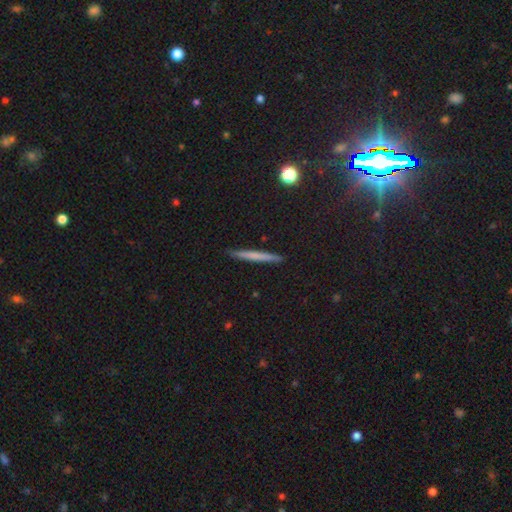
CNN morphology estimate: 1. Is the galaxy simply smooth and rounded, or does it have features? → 61% smooth, 31% featured or disk, 8% star or artifact.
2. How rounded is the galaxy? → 96% cigar-shaped, 2% in between, 2% round.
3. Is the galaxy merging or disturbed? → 90% none, 7% minor disturbance, 1% major disturbance, 1% merger.